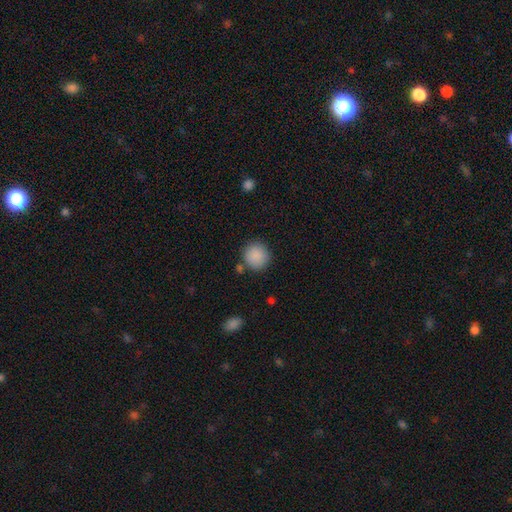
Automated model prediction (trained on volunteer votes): Smooth or featured: smooth — 89% (star or artifact — 8%)
How rounded: round — 92% (in between — 7%)
Merging: none — 83% (minor disturbance — 9%)